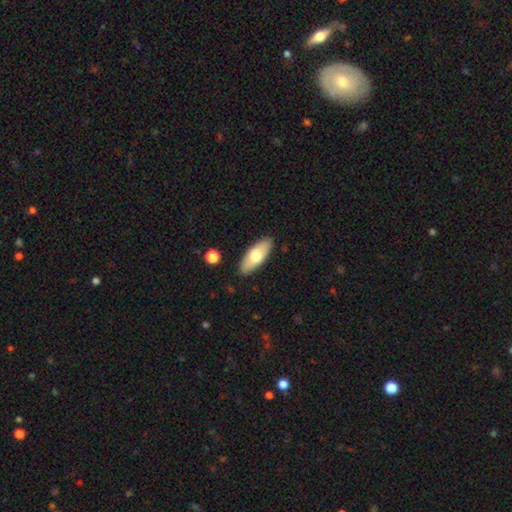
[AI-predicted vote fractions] Morphology: type=smooth (66%); roundness=in between (79%); merging=none (88%).